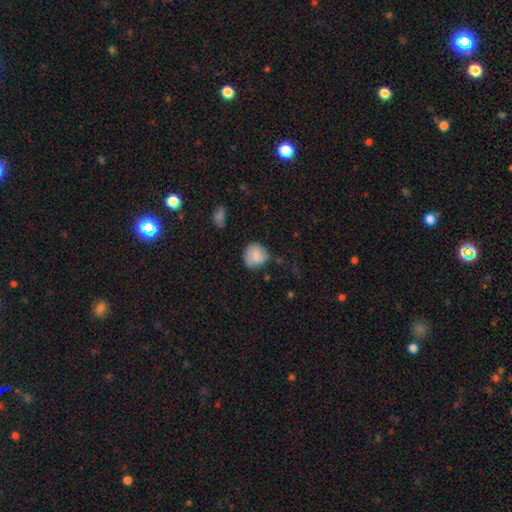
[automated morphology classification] A smooth galaxy with no disk features (79%) that is round (85%).

Vote fractions:
- Smooth or featured? smooth: 79% / featured or disk: 14% / star or artifact: 8%
- How rounded? round: 85% / in between: 14% / cigar-shaped: 1%
- Merging? none: 65% / minor disturbance: 26% / major disturbance: 6% / merger: 3%